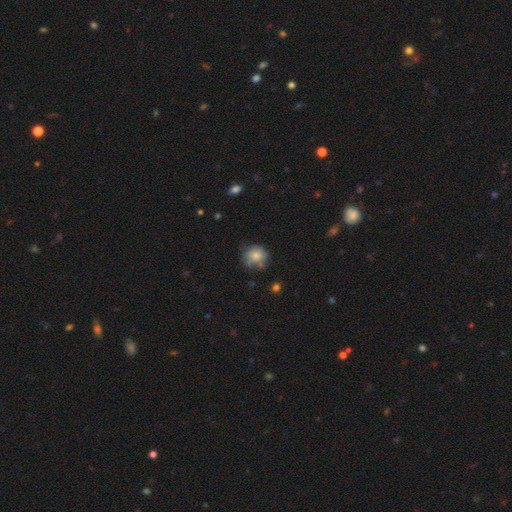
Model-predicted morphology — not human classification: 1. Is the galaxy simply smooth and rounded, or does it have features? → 77% smooth, 14% featured or disk, 10% star or artifact.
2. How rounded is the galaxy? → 81% round, 18% in between, 1% cigar-shaped.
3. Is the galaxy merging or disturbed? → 61% none, 27% minor disturbance, 8% major disturbance, 5% merger.